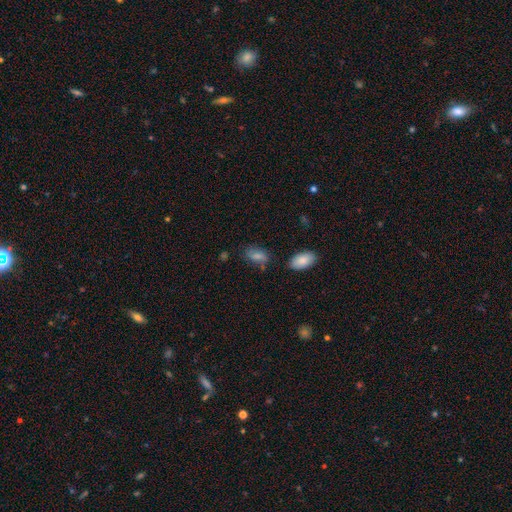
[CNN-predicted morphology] smooth_or_featured: smooth (p=0.71) [alt: featured or disk p=0.16]
how_rounded: in between (p=0.88) [alt: round p=0.06]
merging: none (p=0.67) [alt: minor disturbance p=0.19]